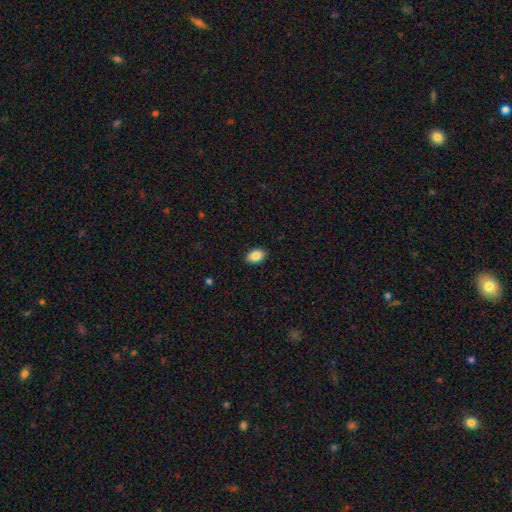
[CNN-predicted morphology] Smooth or featured? smooth (88%)
How rounded? in between (88%)
Merging? none (89%)